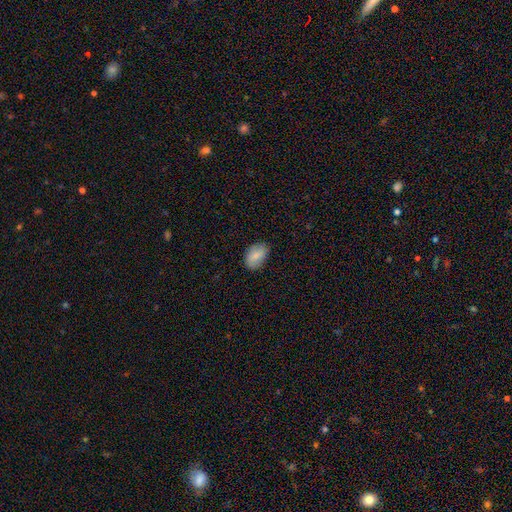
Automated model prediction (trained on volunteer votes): Q: Smooth or featured?
A: smooth (84%); runner-up: featured or disk (9%)
Q: How rounded?
A: in between (87%); runner-up: round (12%)
Q: Merging?
A: none (80%); runner-up: minor disturbance (16%)